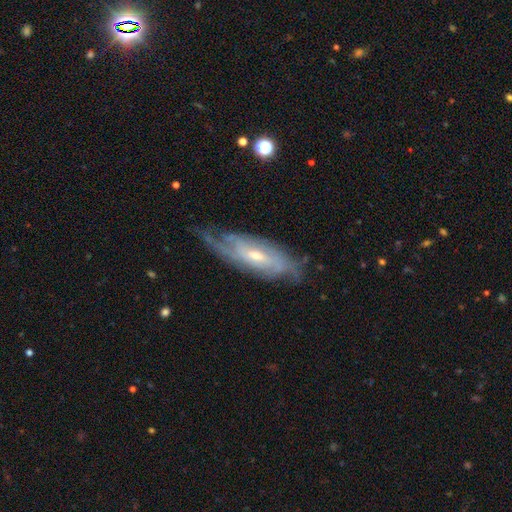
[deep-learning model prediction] Overall: featured or disk (80%). Edge-on disk: no (83%). Bar: no (46%; weak 42%). Spiral arms: yes (91%). Spiral arm count: can't tell (49%; 2 24%). Spiral winding: tight (54%; medium 34%). Bulge size: small (51%; moderate 45%). Merging: none (65%).